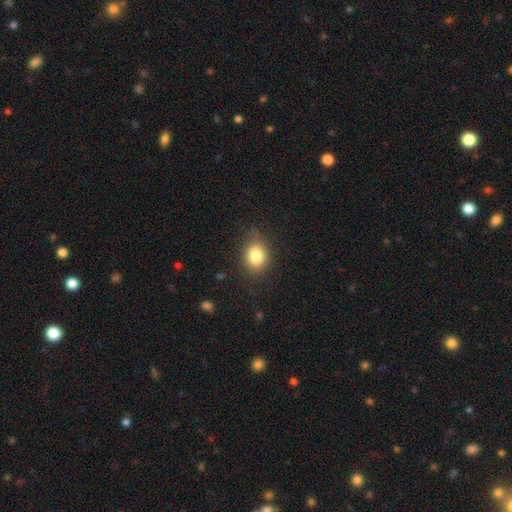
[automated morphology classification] The model was most divided on "how rounded": in between: 57%, round: 42%, cigar-shaped: 1%. More confident: smooth or featured — smooth (82%); merging — none (79%).